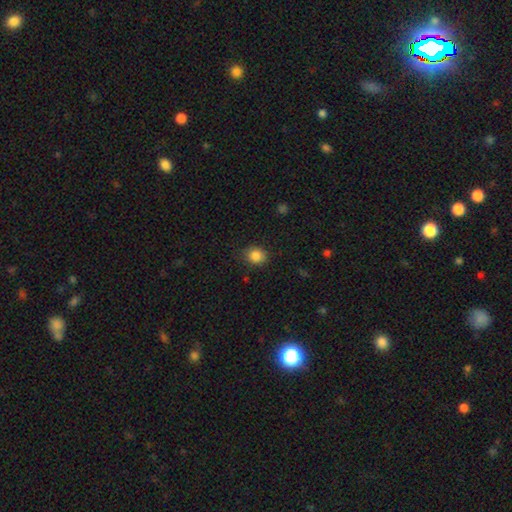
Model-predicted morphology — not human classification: A smooth galaxy with no disk features (85%) that is round (65%).

Vote fractions:
- Smooth or featured? smooth: 85% / star or artifact: 10% / featured or disk: 5%
- How rounded? round: 65% / in between: 34% / cigar-shaped: 1%
- Merging? none: 82% / minor disturbance: 14% / major disturbance: 3% / merger: 1%